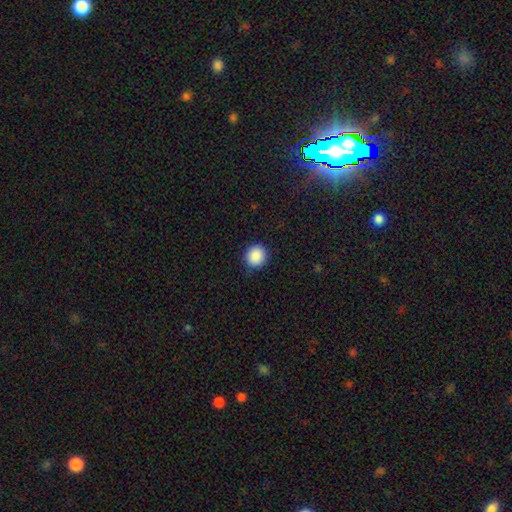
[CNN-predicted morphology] Smooth or featured? Predicted: smooth (p=0.89). How rounded? Predicted: round (p=0.90). Merging? Predicted: none (p=0.90).